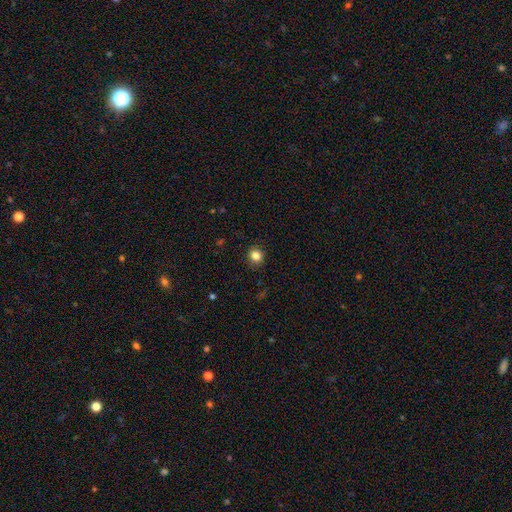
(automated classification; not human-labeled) A smooth galaxy with no disk features (83%) that is round (81%).

Vote fractions:
- Smooth or featured? smooth: 83% / star or artifact: 11% / featured or disk: 5%
- How rounded? round: 81% / in between: 18% / cigar-shaped: 1%
- Merging? none: 89% / minor disturbance: 8% / major disturbance: 2% / merger: 1%